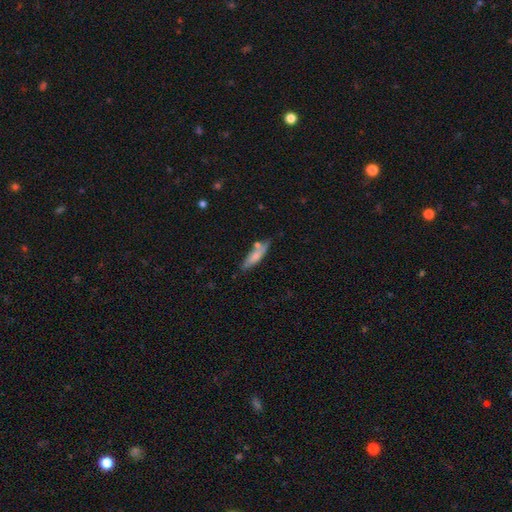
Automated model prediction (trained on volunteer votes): Smooth or featured? Predicted: smooth (p=0.73). How rounded? Predicted: cigar-shaped (p=0.63). Merging? Predicted: none (p=0.64).